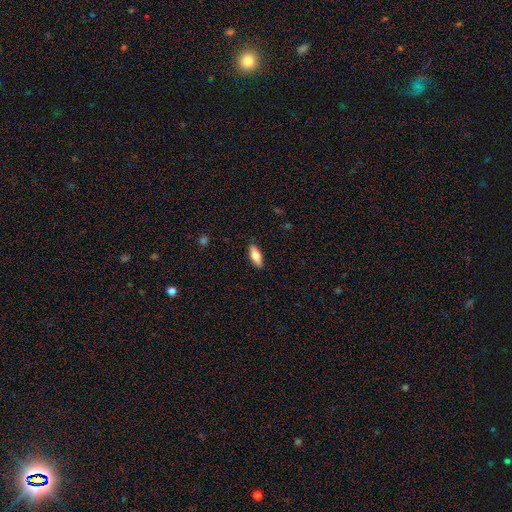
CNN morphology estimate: smooth-or-featured: smooth: 77% | featured or disk: 17% | star or artifact: 6%
  how-rounded: in between: 72% | cigar-shaped: 26% | round: 2%
  merging: none: 88% | minor disturbance: 9% | major disturbance: 2% | merger: 1%